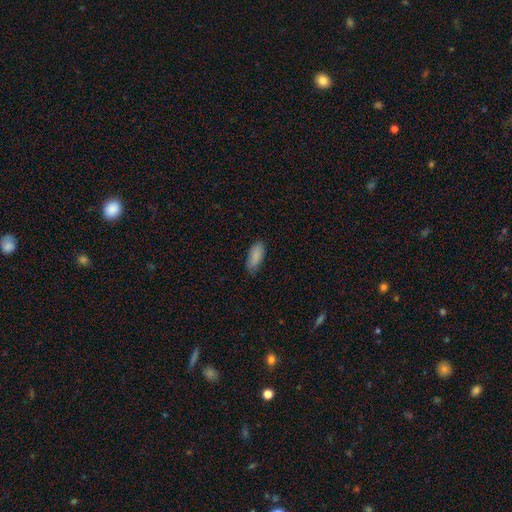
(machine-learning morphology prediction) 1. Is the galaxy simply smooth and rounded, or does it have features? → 86% smooth, 7% featured or disk, 6% star or artifact.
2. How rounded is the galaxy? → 87% in between, 11% cigar-shaped, 2% round.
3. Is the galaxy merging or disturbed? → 76% none, 19% minor disturbance, 3% major disturbance, 1% merger.